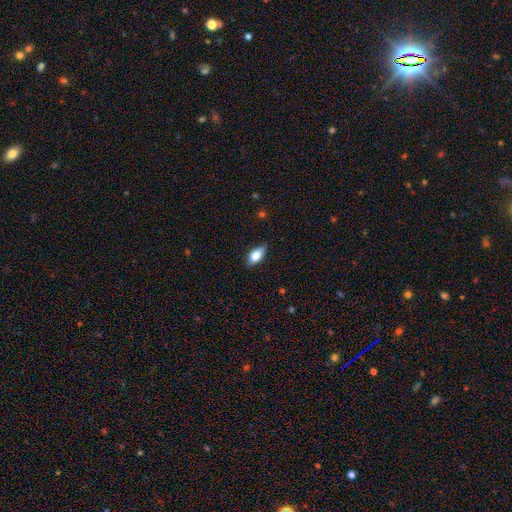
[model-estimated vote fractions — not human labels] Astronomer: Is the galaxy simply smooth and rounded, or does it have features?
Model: smooth — 75%.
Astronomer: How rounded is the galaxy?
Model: in between — 86%.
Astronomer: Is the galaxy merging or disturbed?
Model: none — 78%.